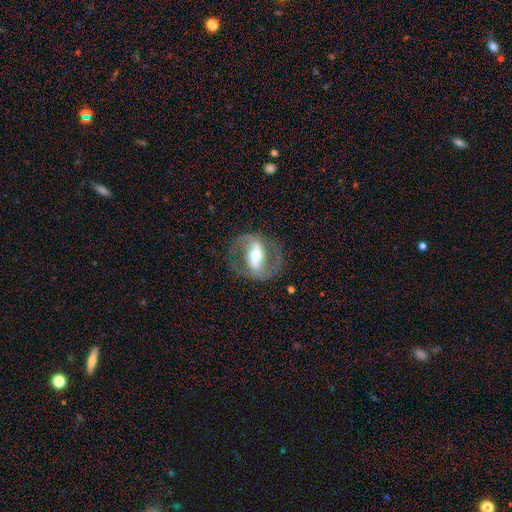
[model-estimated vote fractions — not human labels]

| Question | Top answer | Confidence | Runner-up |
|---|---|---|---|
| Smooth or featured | featured or disk | 82% | smooth (13%) |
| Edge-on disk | no | 95% | yes (5%) |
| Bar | strong | 52% | weak (29%) |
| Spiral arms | yes | 77% | no (23%) |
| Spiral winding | medium | 53% | loose (25%) |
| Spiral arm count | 2 | 88% | can't tell (6%) |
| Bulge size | moderate | 68% | small (16%) |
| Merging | none | 76% | minor disturbance (12%) |